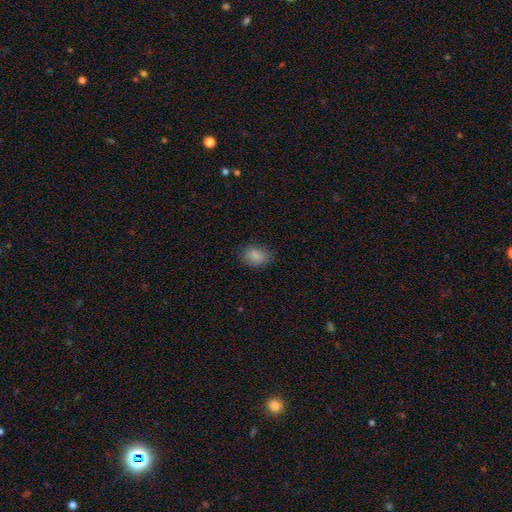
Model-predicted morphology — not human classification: type=smooth (87%); roundness=in between (75%); merging=none (81%).